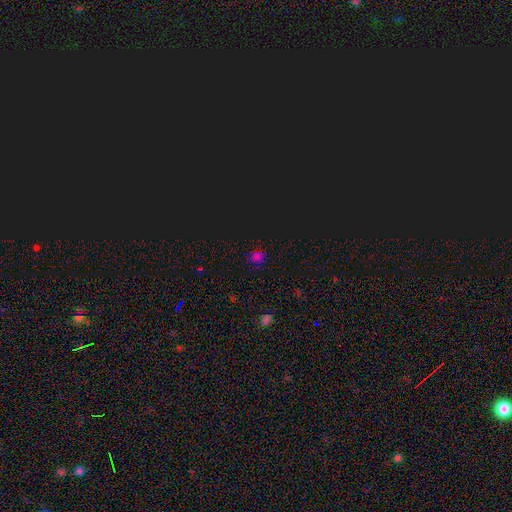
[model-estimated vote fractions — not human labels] smooth 52%, star or artifact 43%, featured or disk 4%. Down the decision tree: how rounded — round (81%); merging — none (85%).